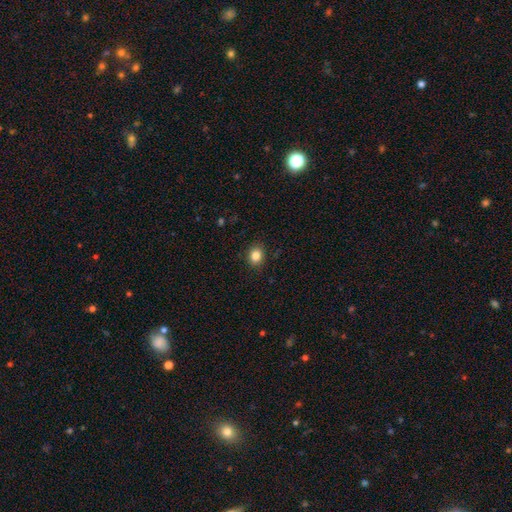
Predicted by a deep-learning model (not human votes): Q: Smooth or featured?
A: smooth (85%); runner-up: star or artifact (10%)
Q: How rounded?
A: round (57%); runner-up: in between (42%)
Q: Merging?
A: none (89%); runner-up: minor disturbance (8%)